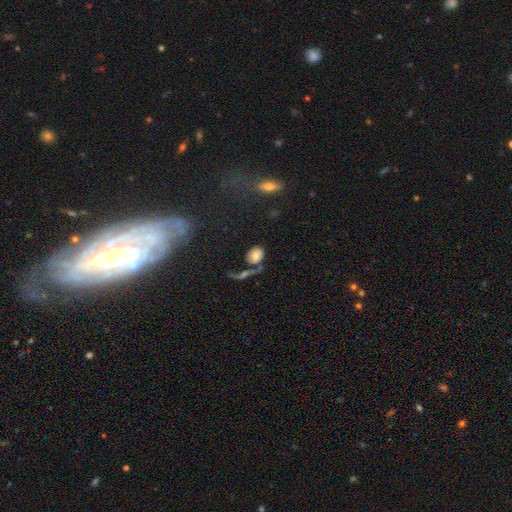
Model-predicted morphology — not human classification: smooth-or-featured: smooth: 70% | featured or disk: 19% | star or artifact: 12%
  how-rounded: in between: 54% | round: 44% | cigar-shaped: 3%
  merging: none: 48% | merger: 23% | minor disturbance: 15% | major disturbance: 13%